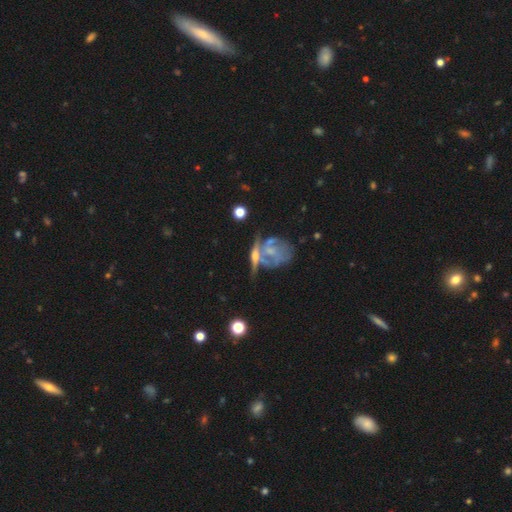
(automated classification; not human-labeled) Smooth or featured? Predicted: featured or disk (p=0.65). Edge-on disk? Predicted: no (p=0.58). Merging? Predicted: none (p=0.37).